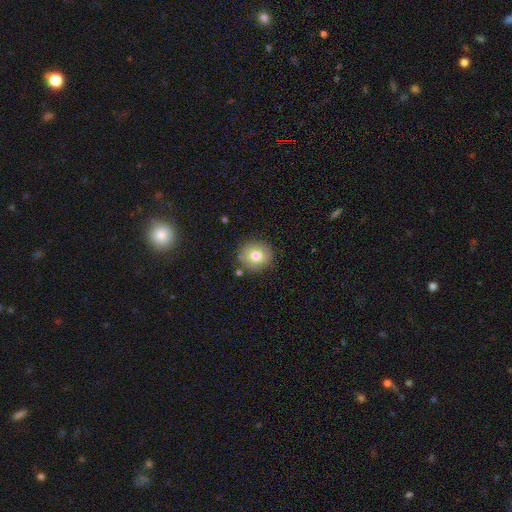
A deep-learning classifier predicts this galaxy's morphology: Overall: smooth (77%). How rounded: round (86%). Merging: none (85%).